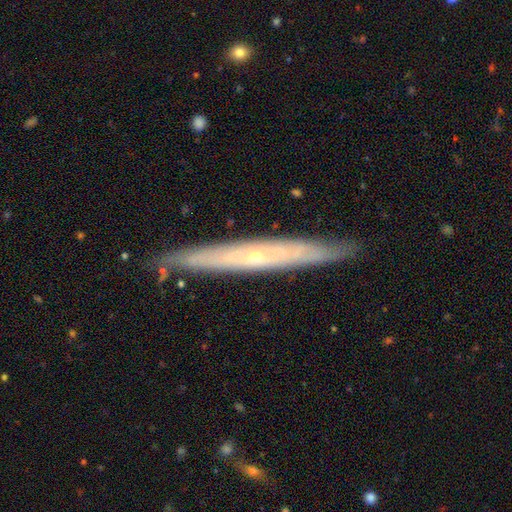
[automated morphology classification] Smooth or featured? Predicted: featured or disk (p=0.74). Edge-on disk? Predicted: yes (p=0.83). Edge-on bulge? Predicted: rounded (p=0.58). Merging? Predicted: none (p=0.86).